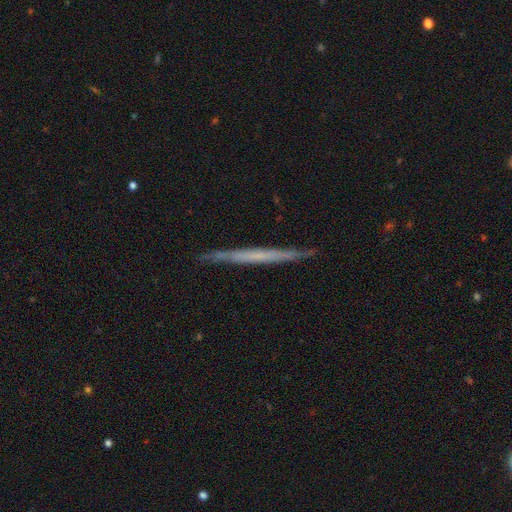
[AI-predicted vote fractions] This is possibly a featured or disk galaxy (57%). It is clearly viewed edge-on (96%). Edge-on bulge: clearly none (90%). Merging: clearly none (89%).